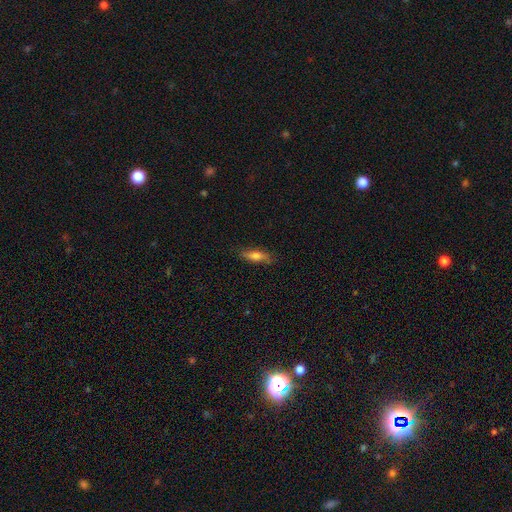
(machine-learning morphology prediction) Smooth or featured? Predicted: smooth (p=0.71). How rounded? Predicted: in between (p=0.49). Merging? Predicted: none (p=0.77).